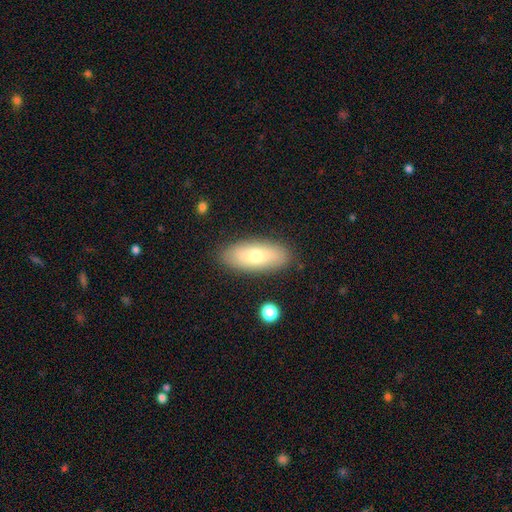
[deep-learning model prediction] A smooth galaxy with no disk features (69%) that is in between round and cigar-shaped (81%). Merging: none (87%).